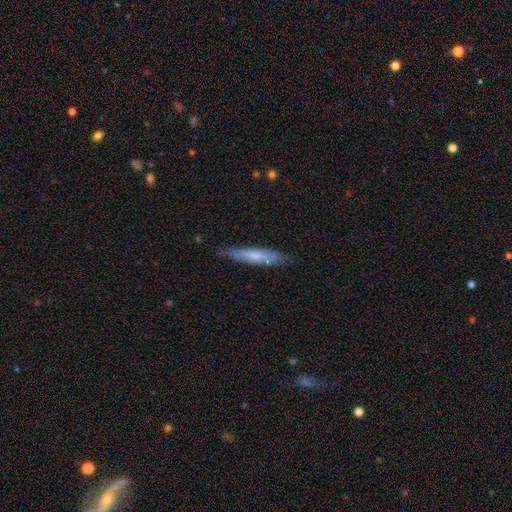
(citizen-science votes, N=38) Q: Smooth or featured?
A: smooth (58%); runner-up: featured or disk (34%)
Q: How rounded?
A: cigar-shaped (95%); runner-up: in between (5%)
Q: Merging?
A: none (80%); runner-up: minor disturbance (14%)